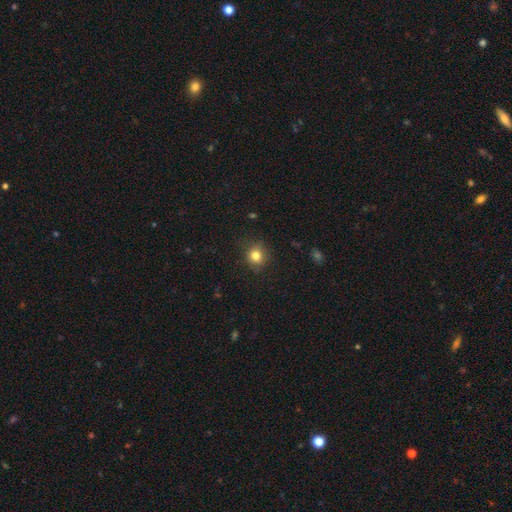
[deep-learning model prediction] smooth-or-featured: smooth: 81% | star or artifact: 12% | featured or disk: 6%
  how-rounded: round: 83% | in between: 16% | cigar-shaped: 1%
  merging: none: 85% | minor disturbance: 11% | major disturbance: 3% | merger: 1%